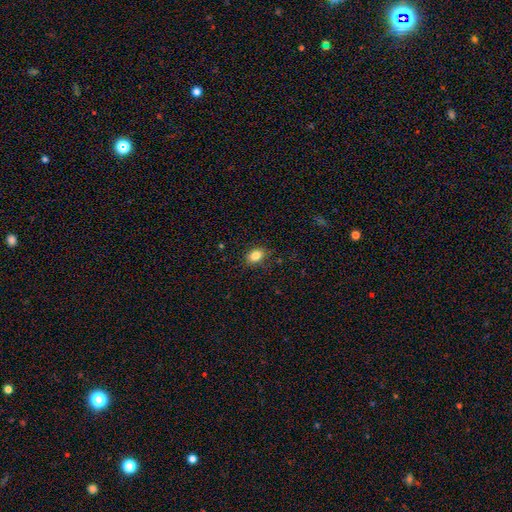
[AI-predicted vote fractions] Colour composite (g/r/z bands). It shows a smooth galaxy with no disk features (83%) that is in between round and cigar-shaped (72%). Merging: none (82%).